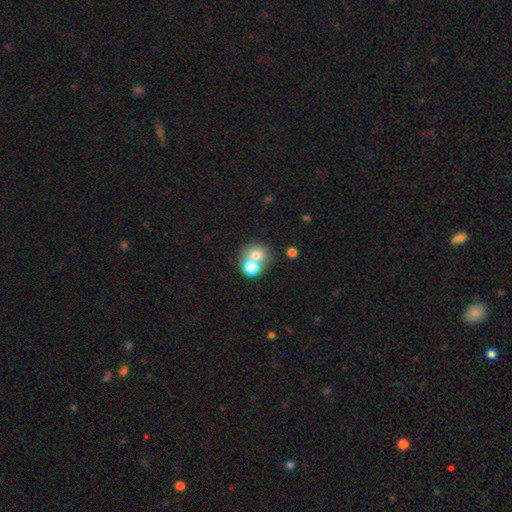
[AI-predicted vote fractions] A smooth galaxy with no disk features (70%) that is round (71%). Merging: merger (60%).